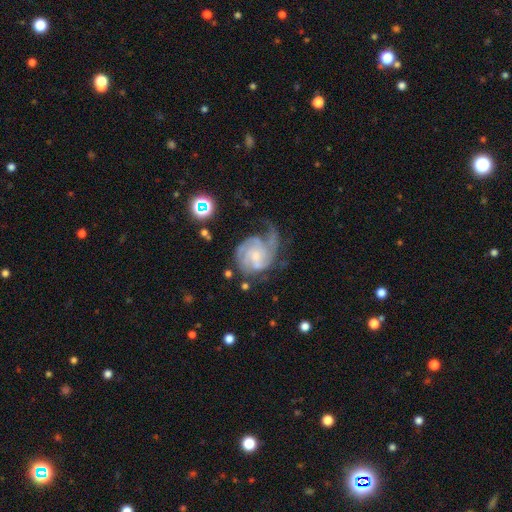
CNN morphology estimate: Smooth or featured? Predicted: featured or disk (p=0.83). Edge-on disk? Predicted: no (p=0.98). Bar? Predicted: no (p=0.59). Spiral arms? Predicted: yes (p=0.95). Spiral winding? Predicted: tight (p=0.46). Spiral arm count? Predicted: 2 (p=0.31). Bulge size? Predicted: small (p=0.52). Merging? Predicted: none (p=0.41).